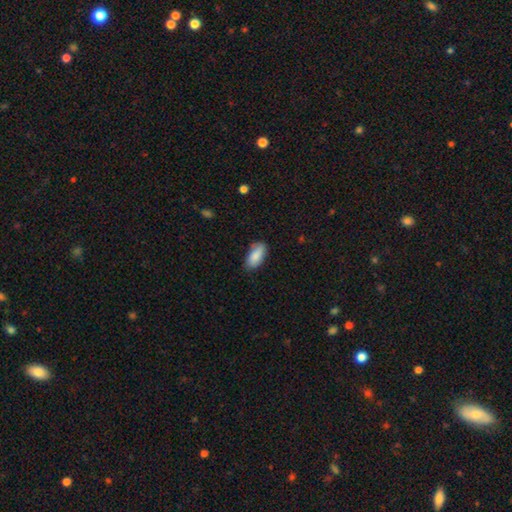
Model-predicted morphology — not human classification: A smooth galaxy with no disk features (87%) that is in between round and cigar-shaped (90%). Merging: none (75%).